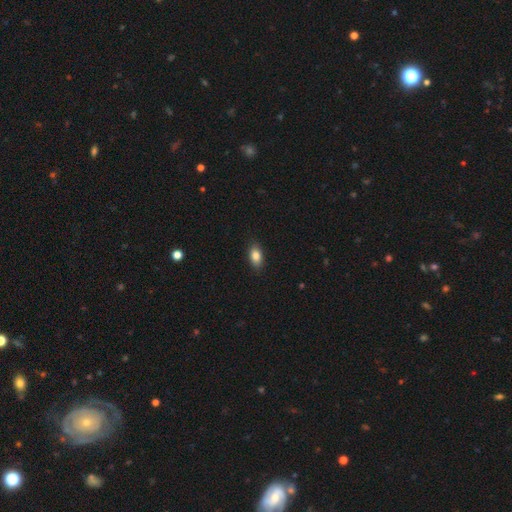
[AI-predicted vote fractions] Overall: smooth (85%). How rounded: in between (89%). Merging: none (87%).